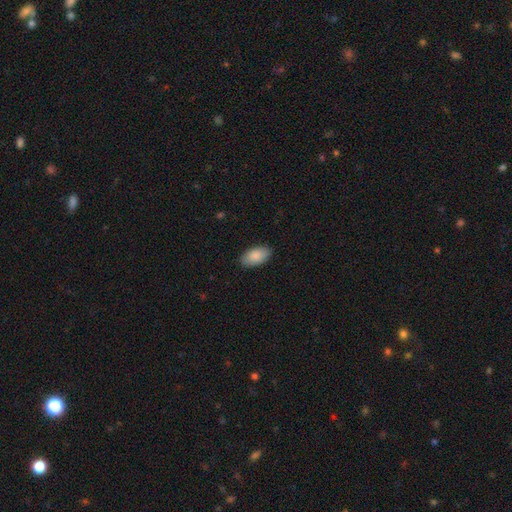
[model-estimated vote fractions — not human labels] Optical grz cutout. It shows a smooth galaxy with no disk features (89%) that is in between round and cigar-shaped (95%). Merging: none (88%).